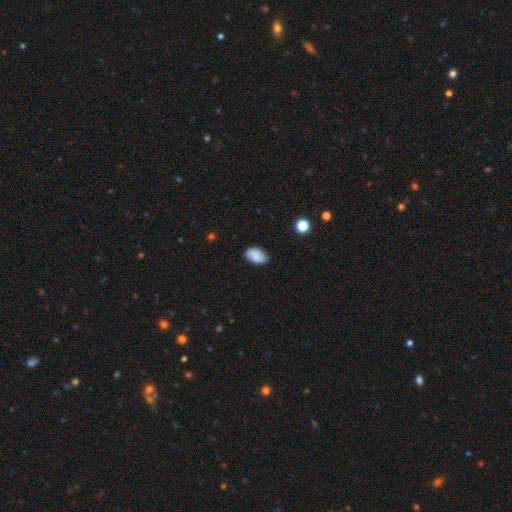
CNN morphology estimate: The model was most divided on "smooth or featured": smooth: 70%, featured or disk: 21%, star or artifact: 9%. More confident: how rounded — in between (90%); merging — none (73%).